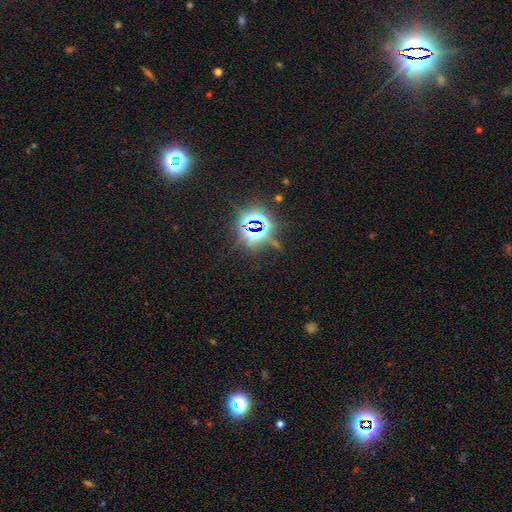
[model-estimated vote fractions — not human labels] Smooth or featured? star or artifact (81%)